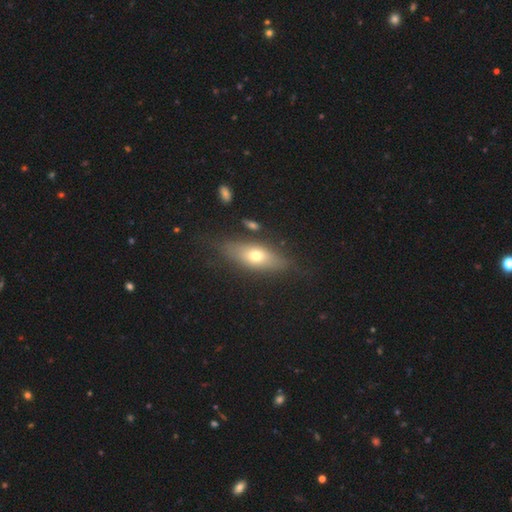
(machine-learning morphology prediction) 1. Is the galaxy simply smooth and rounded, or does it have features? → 59% smooth, 32% featured or disk, 9% star or artifact.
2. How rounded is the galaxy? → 66% in between, 29% cigar-shaped, 5% round.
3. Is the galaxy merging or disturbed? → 75% none, 16% minor disturbance, 6% major disturbance, 3% merger.